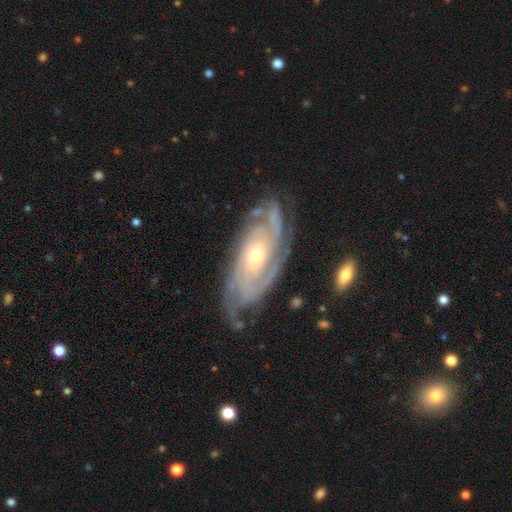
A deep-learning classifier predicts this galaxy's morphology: This appears to be a featured or disk galaxy (90%) with no bar (70%), 3 (27%) tight (75%) spiral arms (98%) and a small central bulge (51%). Merging: none (74%).